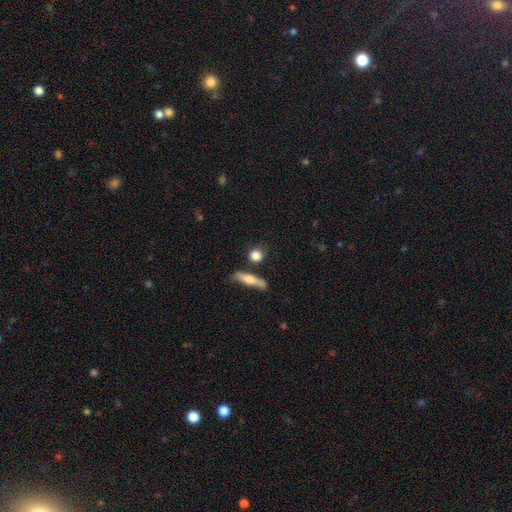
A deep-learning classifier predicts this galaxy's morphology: Smooth or featured? smooth (82%)
How rounded? round (71%)
Merging? none (74%)